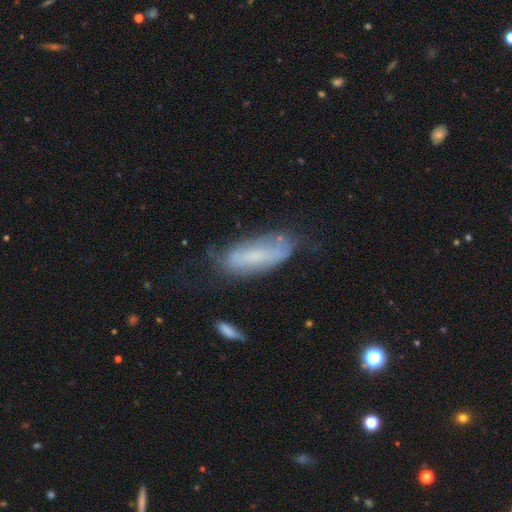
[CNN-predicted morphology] A smooth galaxy with no disk features (54%) that is in between round and cigar-shaped (64%).

Vote fractions:
- Smooth or featured? smooth: 54% / featured or disk: 37% / star or artifact: 9%
- How rounded? in between: 64% / cigar-shaped: 34% / round: 2%
- Merging? none: 53% / minor disturbance: 30% / major disturbance: 13% / merger: 4%